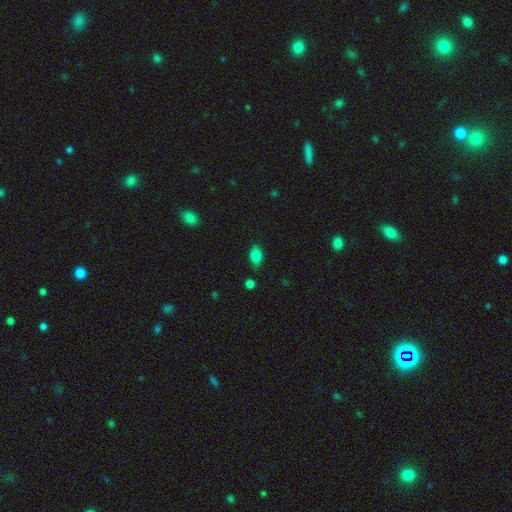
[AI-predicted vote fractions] Smooth or featured?
  - smooth: 81% *
  - featured or disk: 10%
  - star or artifact: 9%
How rounded?
  - in between: 85% *
  - round: 11%
  - cigar-shaped: 4%
Merging?
  - none: 77% *
  - minor disturbance: 17%
  - major disturbance: 3%
  - merger: 3%